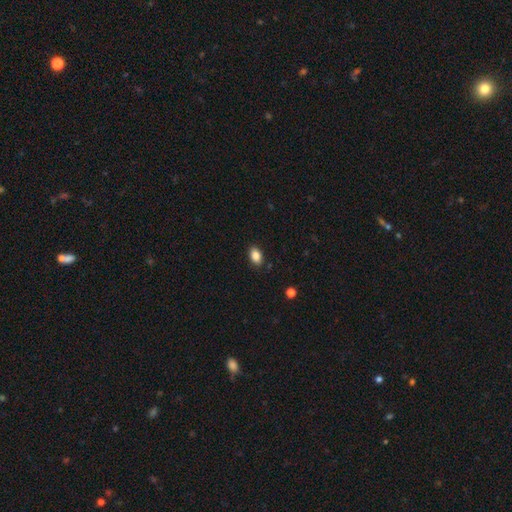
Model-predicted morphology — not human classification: Q: Smooth or featured?
A: smooth (87%); runner-up: star or artifact (8%)
Q: How rounded?
A: in between (88%); runner-up: round (11%)
Q: Merging?
A: none (88%); runner-up: minor disturbance (9%)